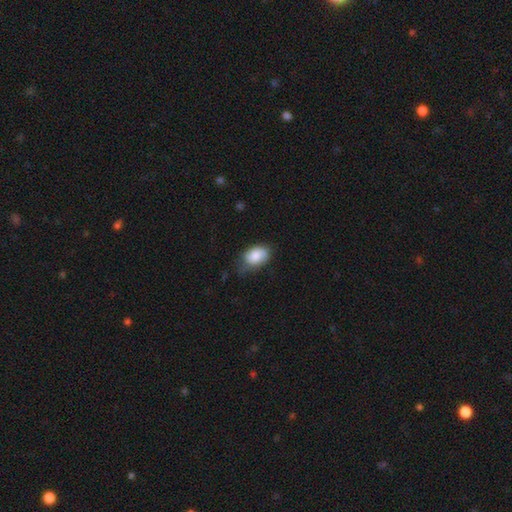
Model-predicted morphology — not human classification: A smooth galaxy with no disk features (76%) that is in between round and cigar-shaped (85%). Merging: none (52%).